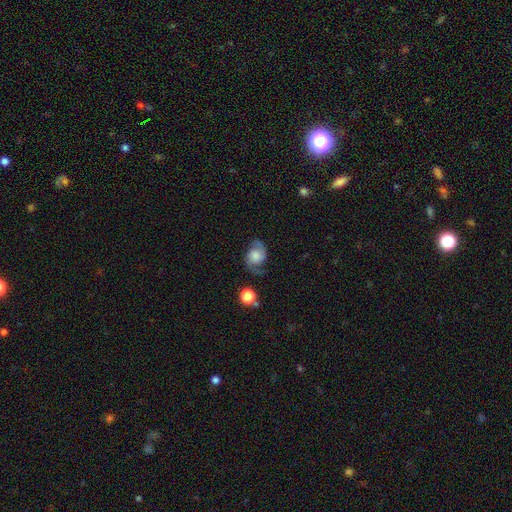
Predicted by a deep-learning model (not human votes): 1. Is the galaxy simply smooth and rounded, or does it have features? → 75% featured or disk, 17% smooth, 8% star or artifact.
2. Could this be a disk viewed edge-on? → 98% no, 2% yes.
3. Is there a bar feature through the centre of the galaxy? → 73% no, 23% weak, 4% strong.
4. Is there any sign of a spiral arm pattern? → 95% yes, 5% no.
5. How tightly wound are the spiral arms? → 49% medium, 33% loose, 18% tight.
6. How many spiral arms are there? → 92% 2, 3% can't tell, 2% 1, 1% 3, 1% 4, 1% more than 4.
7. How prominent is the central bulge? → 34% large, 27% moderate, 16% none, 15% small, 8% dominant.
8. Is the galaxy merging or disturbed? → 71% none, 19% minor disturbance, 8% major disturbance, 2% merger.